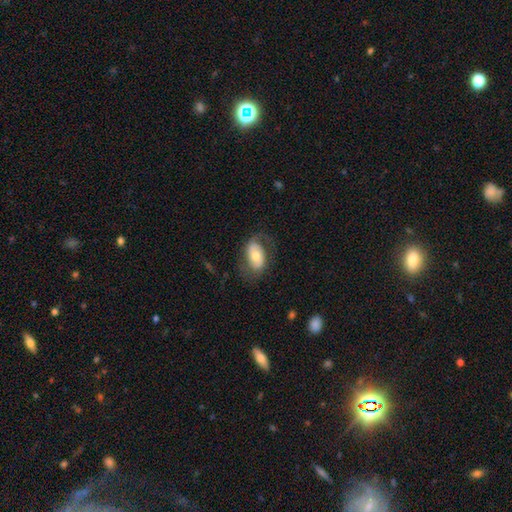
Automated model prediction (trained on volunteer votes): This appears to be a featured or disk galaxy (54%) with no bar (59%), spiral arms (70%) and a moderate central bulge (69%). Merging: none (64%).